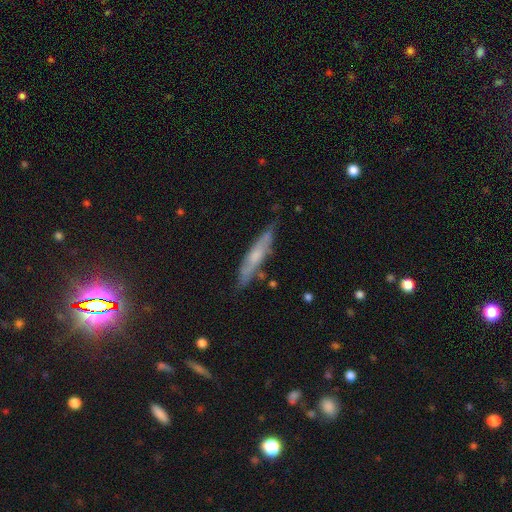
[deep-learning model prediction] smooth-or-featured: featured or disk: 50% | smooth: 43% | star or artifact: 7%
  merging: none: 74% | minor disturbance: 19% | major disturbance: 4% | merger: 3%